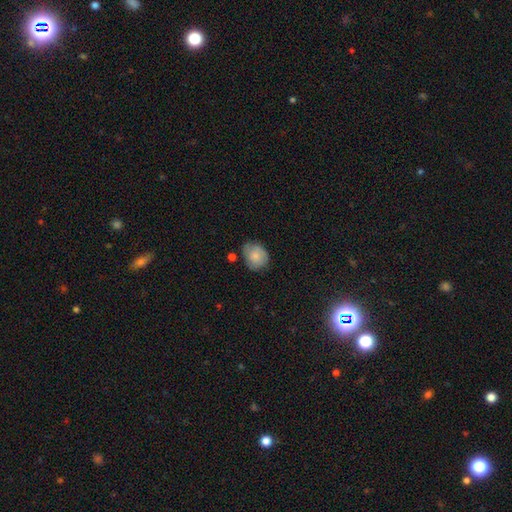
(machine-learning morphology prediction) Smooth or featured?
  - smooth: 76% *
  - featured or disk: 17%
  - star or artifact: 7%
How rounded?
  - round: 60% *
  - in between: 39%
  - cigar-shaped: 1%
Merging?
  - none: 62% *
  - minor disturbance: 28%
  - major disturbance: 6%
  - merger: 4%